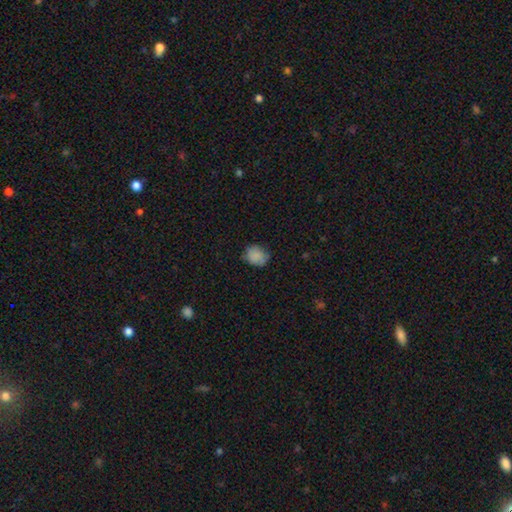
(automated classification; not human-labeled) A smooth galaxy with no disk features (85%) that is round (64%). Merging: none (71%).